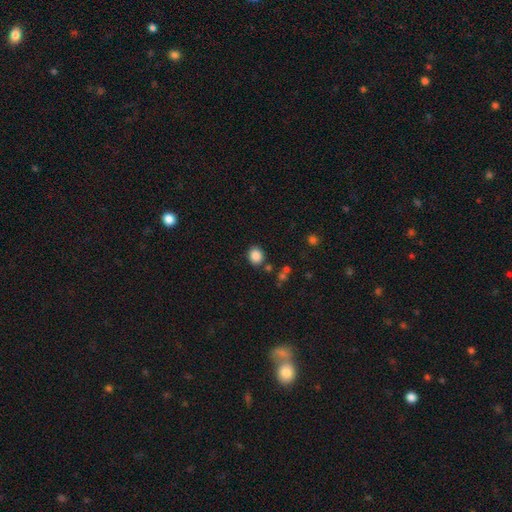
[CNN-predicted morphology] This appears to be a smooth galaxy with no disk features (86%) that is round (68%). Merging: none (83%).